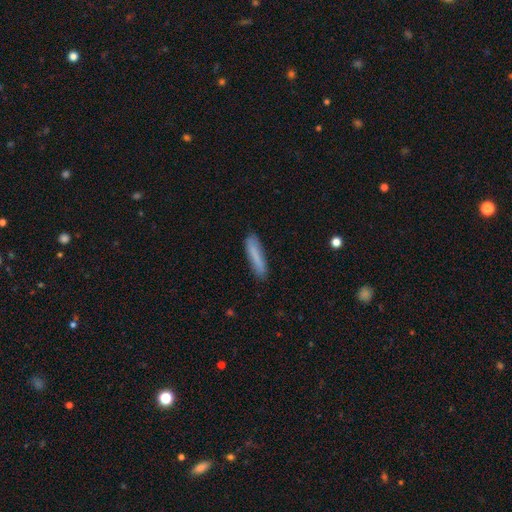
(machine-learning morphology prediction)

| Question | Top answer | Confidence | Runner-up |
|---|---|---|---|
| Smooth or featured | smooth | 78% | featured or disk (16%) |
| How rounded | cigar-shaped | 84% | in between (15%) |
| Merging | none | 81% | minor disturbance (14%) |